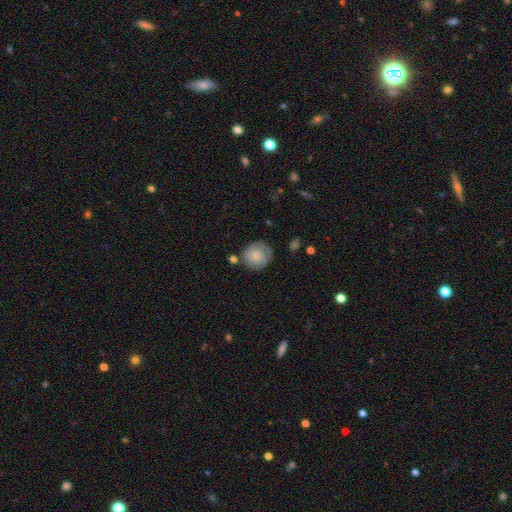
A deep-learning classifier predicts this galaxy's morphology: type=smooth (75%); roundness=round (89%); merging=none (71%).